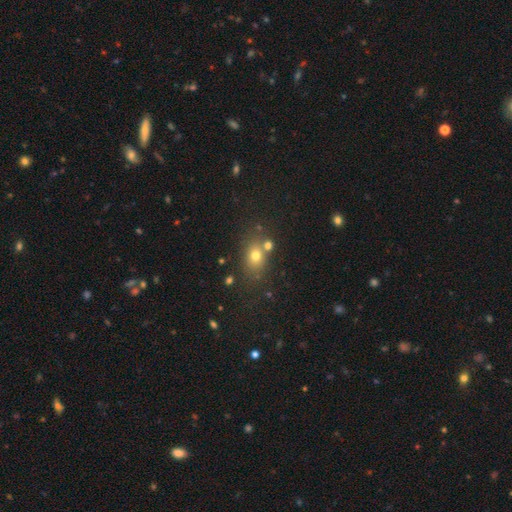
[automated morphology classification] The model was most divided on "how rounded": in between: 57%, round: 42%, cigar-shaped: 2%. More confident: smooth or featured — smooth (71%); merging — none (66%).